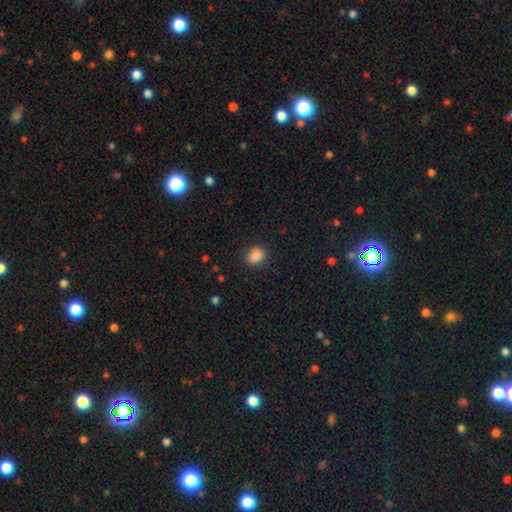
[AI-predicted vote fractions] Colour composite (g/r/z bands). It shows a smooth galaxy with no disk features (87%) that is in between round and cigar-shaped (60%). Merging: none (82%).